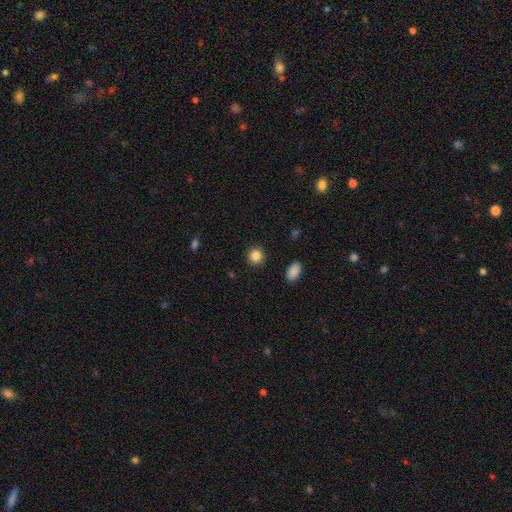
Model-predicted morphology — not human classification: smooth_or_featured: smooth (p=0.86) [alt: star or artifact p=0.10]
how_rounded: round (p=0.90) [alt: in between p=0.09]
merging: none (p=0.91) [alt: minor disturbance p=0.06]